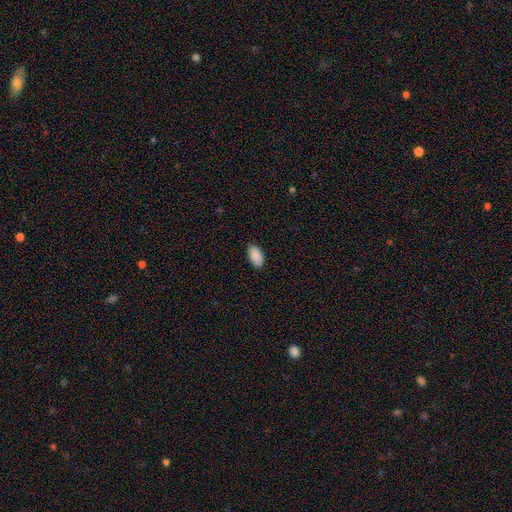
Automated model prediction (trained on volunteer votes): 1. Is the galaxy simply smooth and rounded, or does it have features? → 91% smooth, 6% star or artifact, 3% featured or disk.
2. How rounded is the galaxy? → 95% in between, 3% round, 2% cigar-shaped.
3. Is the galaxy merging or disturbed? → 88% none, 9% minor disturbance, 2% major disturbance, 1% merger.